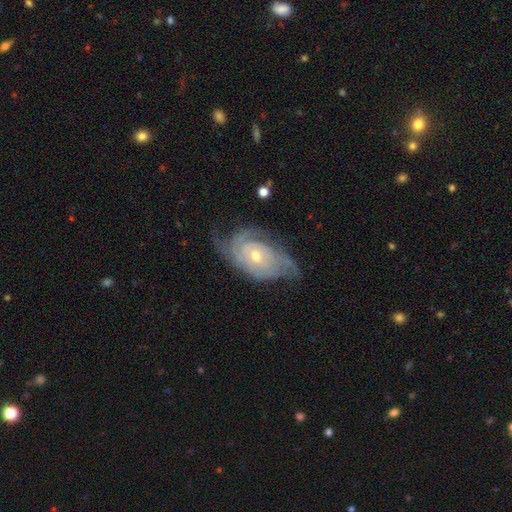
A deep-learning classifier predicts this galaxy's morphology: The model was most divided on "spiral arm count" (2-way tie): 3: 28%, can't tell: 28%, 2: 21%, 4: 13%, 1: 5%, more than 4: 5%. More confident: spiral arms — yes (96%); edge-on disk — no (96%); smooth or featured — featured or disk (88%); bar — no (72%); spiral winding — tight (68%); merging — none (62%); bulge size — moderate (52%).